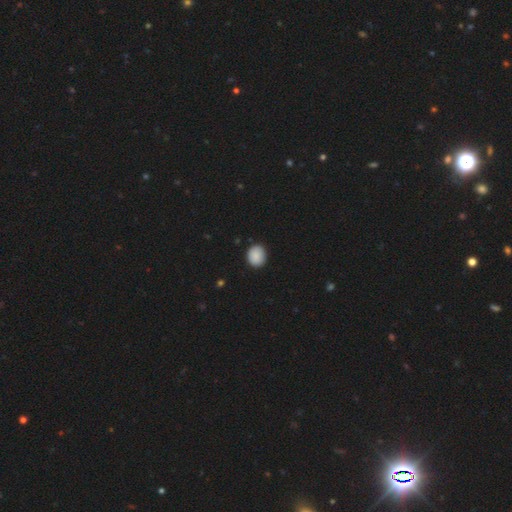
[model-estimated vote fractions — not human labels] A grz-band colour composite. It shows a smooth galaxy with no disk features (89%) that is round (69%). Merging: none (88%).